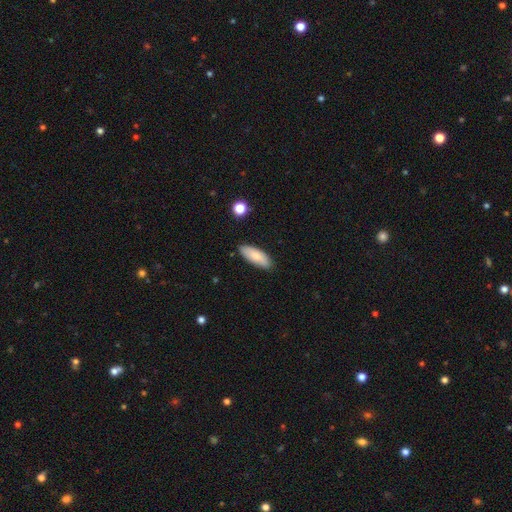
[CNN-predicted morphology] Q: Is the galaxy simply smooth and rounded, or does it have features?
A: smooth — 80%.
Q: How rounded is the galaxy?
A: in between — 72%.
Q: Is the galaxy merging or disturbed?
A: none — 83%.